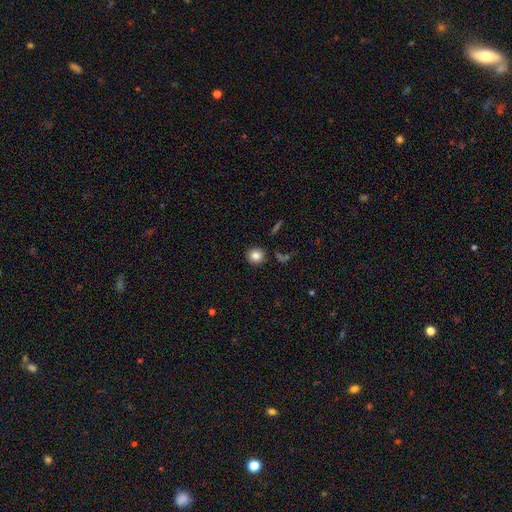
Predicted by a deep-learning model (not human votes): A smooth galaxy with no disk features (83%) that is round (91%).

Vote fractions:
- Smooth or featured? smooth: 83% / star or artifact: 10% / featured or disk: 7%
- How rounded? round: 91% / in between: 8% / cigar-shaped: 1%
- Merging? none: 89% / minor disturbance: 6% / merger: 2% / major disturbance: 2%